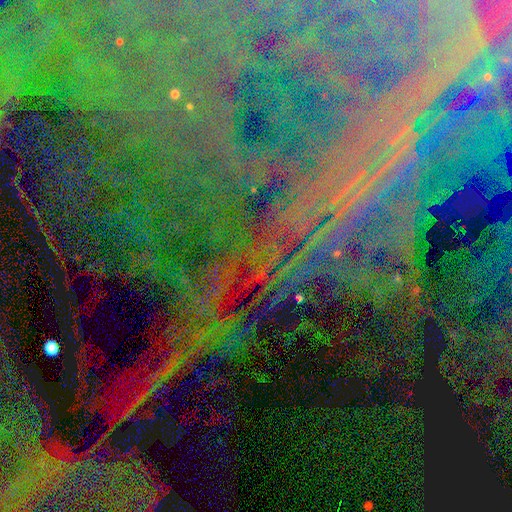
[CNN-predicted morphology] smooth-or-featured: star or artifact: 78% | featured or disk: 13% | smooth: 9%